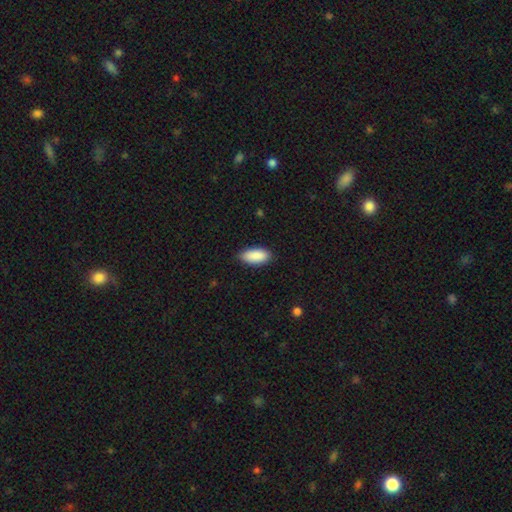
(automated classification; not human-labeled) A smooth galaxy with no disk features (90%) that is in between round and cigar-shaped (91%). Merging: none (85%).